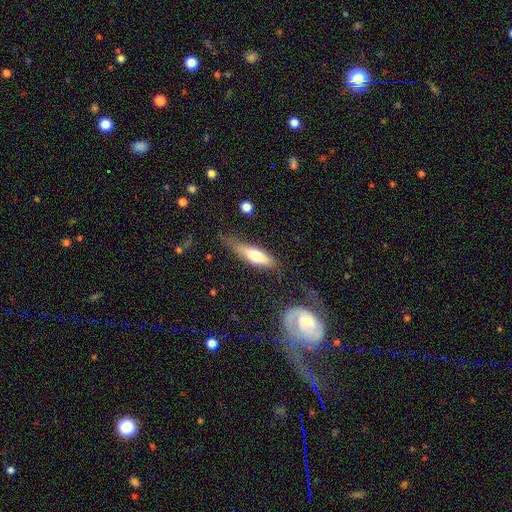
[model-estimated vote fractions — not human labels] This is possibly a smooth galaxy (59%). How rounded: possibly cigar-shaped (56%). Merging: likely none (60%).